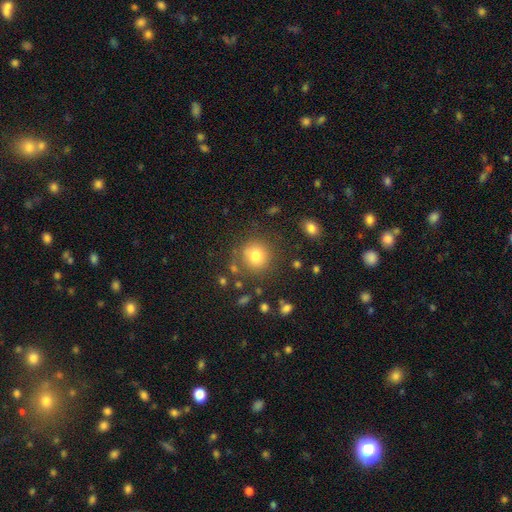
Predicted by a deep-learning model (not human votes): Q: Smooth or featured?
A: smooth (80%); runner-up: star or artifact (12%)
Q: How rounded?
A: round (88%); runner-up: in between (11%)
Q: Merging?
A: none (79%); runner-up: minor disturbance (11%)